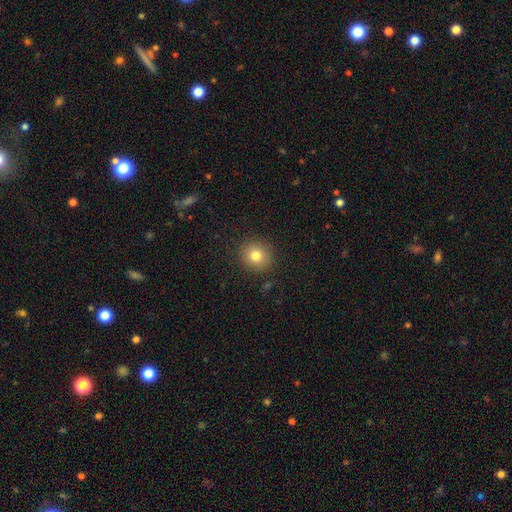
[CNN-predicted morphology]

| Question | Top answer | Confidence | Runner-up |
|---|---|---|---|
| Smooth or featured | smooth | 80% | star or artifact (12%) |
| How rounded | round | 87% | in between (12%) |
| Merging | none | 89% | minor disturbance (7%) |